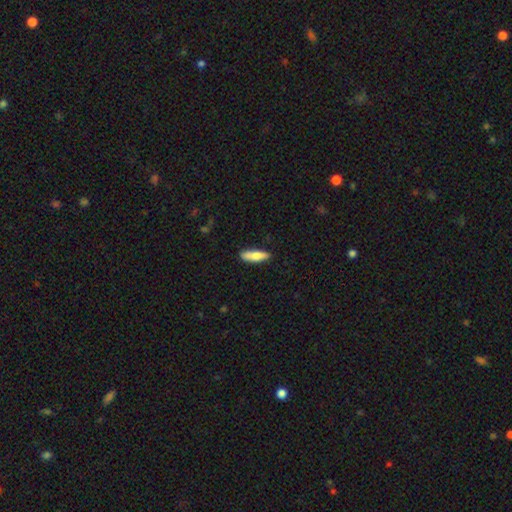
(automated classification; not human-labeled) smooth_or_featured: smooth (p=0.76) [alt: featured or disk p=0.18]
how_rounded: cigar-shaped (p=0.57) [alt: in between p=0.41]
merging: none (p=0.77) [alt: minor disturbance p=0.17]